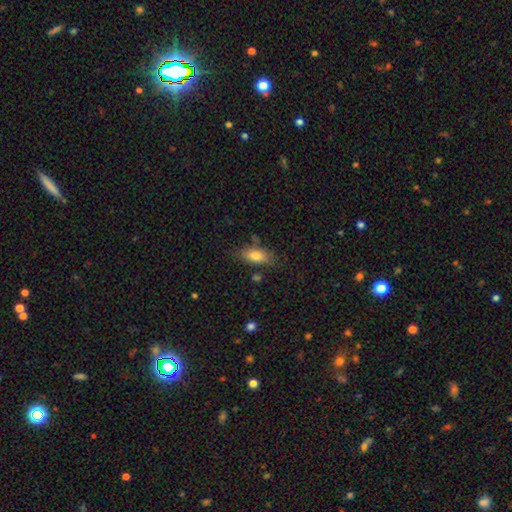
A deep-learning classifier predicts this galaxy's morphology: smooth-or-featured: smooth: 78% | featured or disk: 14% | star or artifact: 8%
  how-rounded: in between: 84% | cigar-shaped: 12% | round: 4%
  merging: none: 71% | minor disturbance: 18% | merger: 6% | major disturbance: 5%